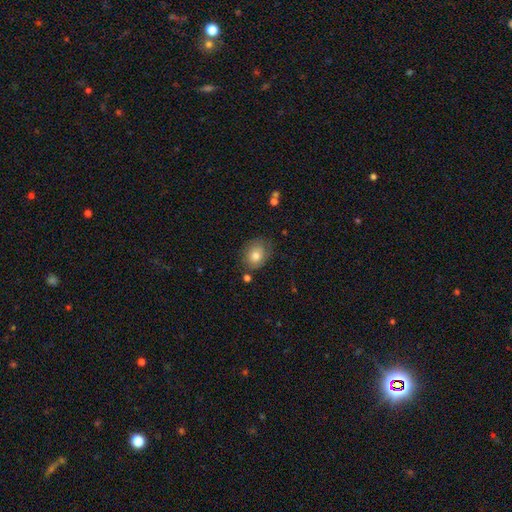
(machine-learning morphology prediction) Smooth or featured: smooth — 77% (featured or disk — 14%)
How rounded: in between — 52% (round — 47%)
Merging: none — 72% (minor disturbance — 19%)